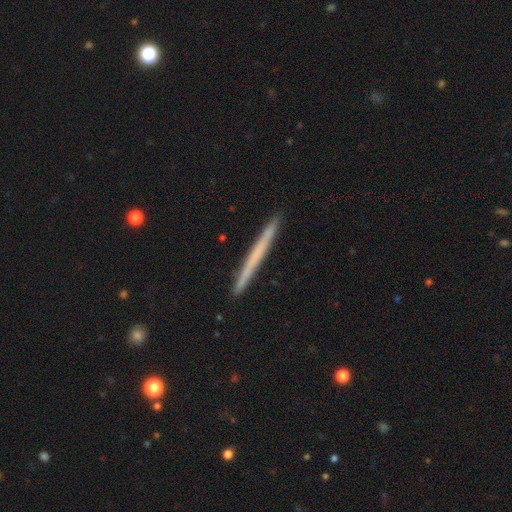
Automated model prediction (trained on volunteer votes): Smooth or featured? smooth (51%)
How rounded? cigar-shaped (97%)
Merging? none (92%)